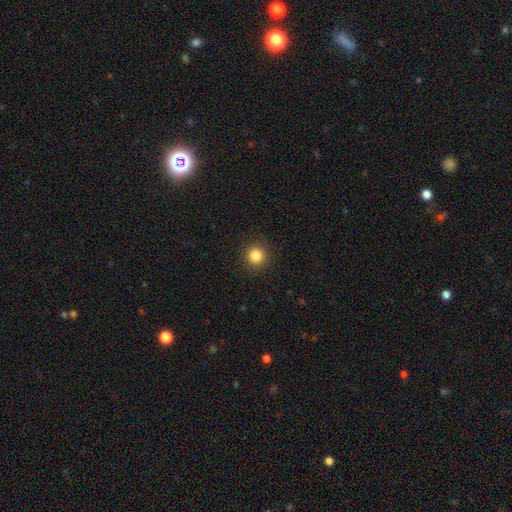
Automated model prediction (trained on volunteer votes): Smooth or featured: smooth — 84% (star or artifact — 11%)
How rounded: round — 95% (in between — 4%)
Merging: none — 92% (minor disturbance — 5%)